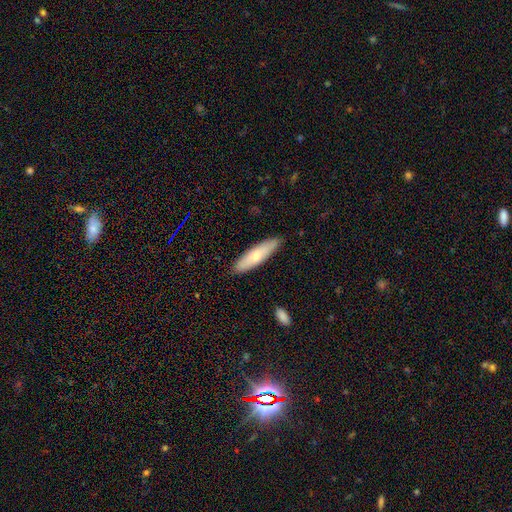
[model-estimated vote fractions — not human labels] smooth_or_featured: smooth (p=0.68) [alt: featured or disk p=0.27]
how_rounded: cigar-shaped (p=0.67) [alt: in between p=0.32]
merging: none (p=0.87) [alt: minor disturbance p=0.10]